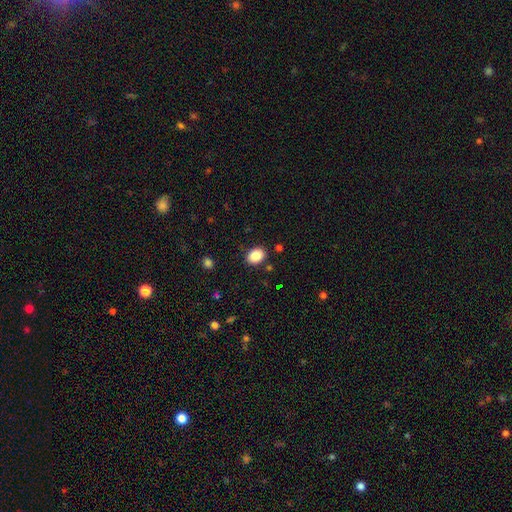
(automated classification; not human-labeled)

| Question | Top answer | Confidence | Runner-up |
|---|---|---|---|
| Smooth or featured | smooth | 87% | star or artifact (8%) |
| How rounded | in between | 70% | round (29%) |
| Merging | none | 87% | minor disturbance (9%) |